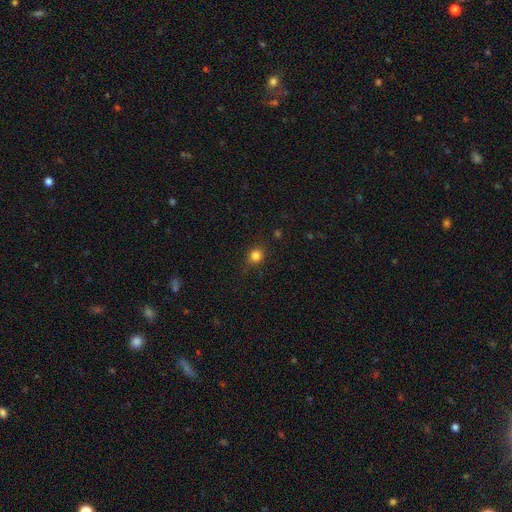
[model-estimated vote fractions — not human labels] A smooth galaxy with no disk features (82%) that is round (84%).

Vote fractions:
- Smooth or featured? smooth: 82% / star or artifact: 13% / featured or disk: 5%
- How rounded? round: 84% / in between: 15% / cigar-shaped: 1%
- Merging? none: 84% / minor disturbance: 11% / major disturbance: 3% / merger: 1%